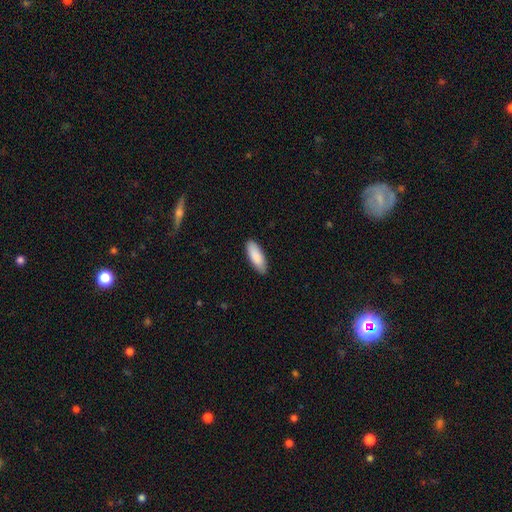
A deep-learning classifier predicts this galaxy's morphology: smooth_or_featured: smooth (p=0.89) [alt: featured or disk p=0.06]
how_rounded: in between (p=0.69) [alt: cigar-shaped p=0.30]
merging: none (p=0.88) [alt: minor disturbance p=0.10]